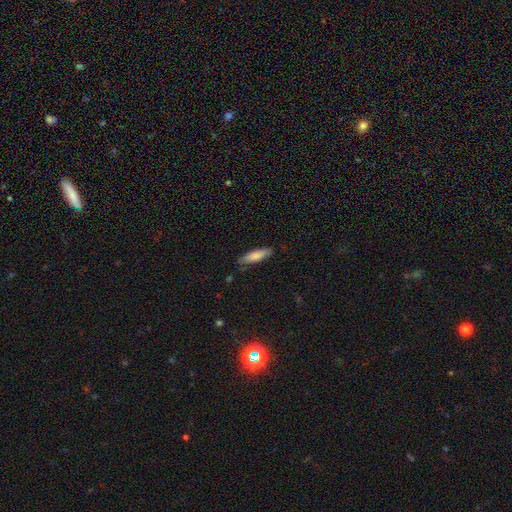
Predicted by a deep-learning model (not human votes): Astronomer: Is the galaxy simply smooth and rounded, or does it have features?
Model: smooth — 79%.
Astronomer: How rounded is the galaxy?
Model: cigar-shaped — 62%.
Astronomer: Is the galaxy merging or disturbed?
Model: none — 82%.